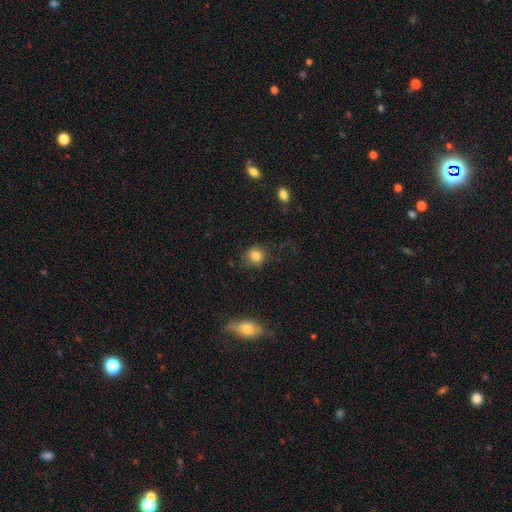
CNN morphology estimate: smooth-or-featured: smooth: 83% | star or artifact: 11% | featured or disk: 7%
  how-rounded: round: 80% | in between: 19% | cigar-shaped: 1%
  merging: none: 74% | minor disturbance: 18% | major disturbance: 6% | merger: 2%